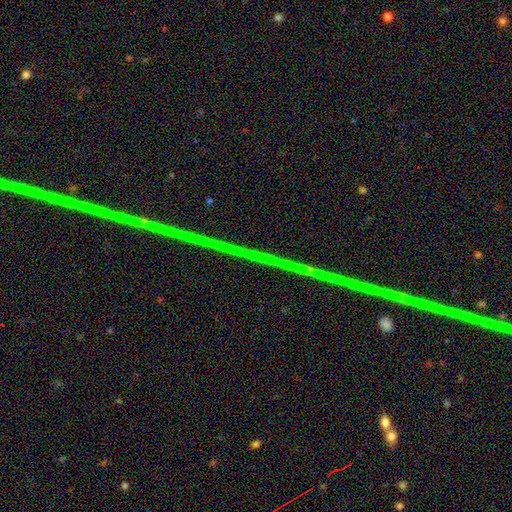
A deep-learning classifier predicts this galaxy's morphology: A star or artifact, not a galaxy (77%).

Vote fractions:
- Smooth or featured? star or artifact: 77% / featured or disk: 16% / smooth: 8%